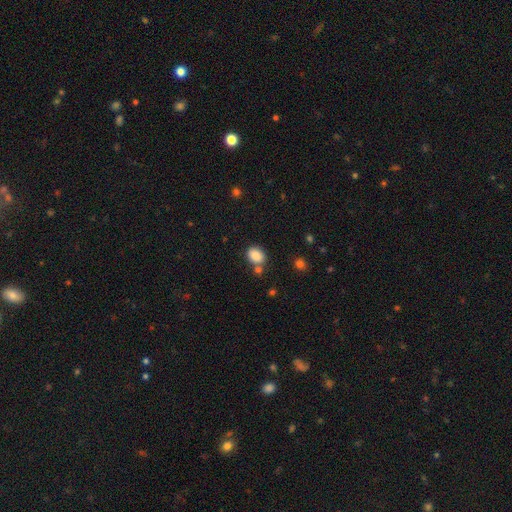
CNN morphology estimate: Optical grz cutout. It shows a smooth galaxy with no disk features (86%) that is in between round and cigar-shaped (65%). Merging: none (65%).